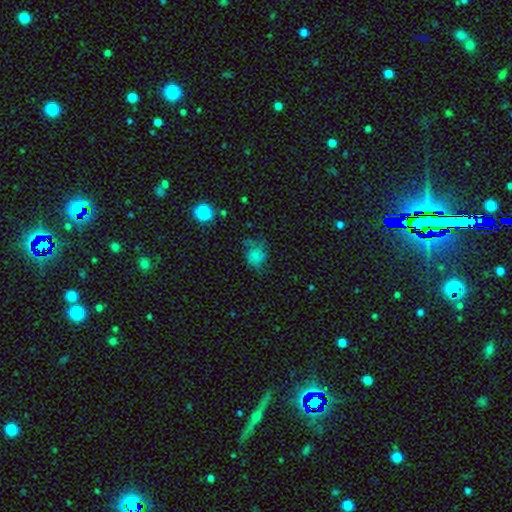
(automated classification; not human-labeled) Smooth or featured? smooth (58%)
How rounded? round (63%)
Merging? none (46%)